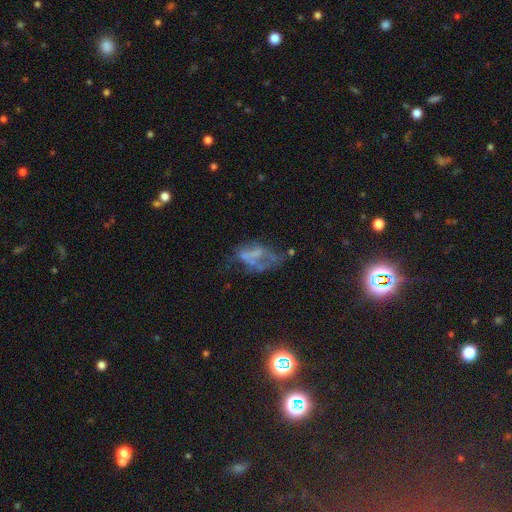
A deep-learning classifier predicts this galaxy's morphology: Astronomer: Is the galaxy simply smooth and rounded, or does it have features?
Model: featured or disk — 54%.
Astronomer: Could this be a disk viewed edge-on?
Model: no — 96%.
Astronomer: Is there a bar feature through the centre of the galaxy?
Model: no — 82%.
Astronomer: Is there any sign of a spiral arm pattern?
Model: no — 85%.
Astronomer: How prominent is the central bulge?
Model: none — 72%.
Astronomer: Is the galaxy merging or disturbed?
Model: major disturbance — 38% (runner-up: none, 30%).